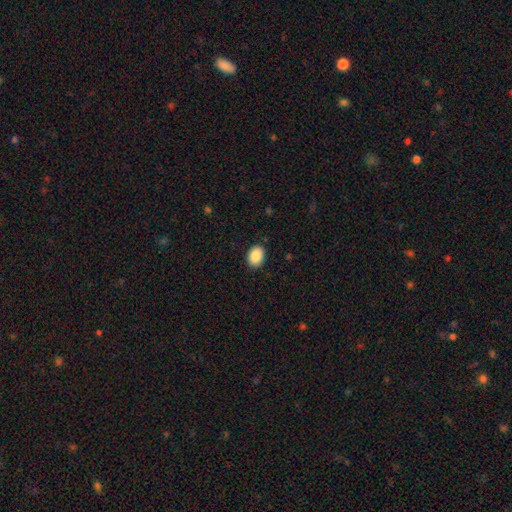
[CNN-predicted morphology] Smooth or featured? smooth (89%)
How rounded? in between (69%)
Merging? none (89%)